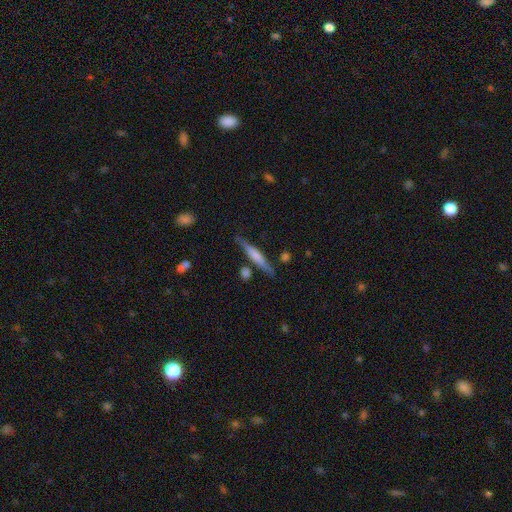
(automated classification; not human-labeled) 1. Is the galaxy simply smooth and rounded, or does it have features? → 48% smooth, 46% featured or disk, 6% star or artifact.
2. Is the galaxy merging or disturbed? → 80% none, 12% minor disturbance, 5% merger, 3% major disturbance.